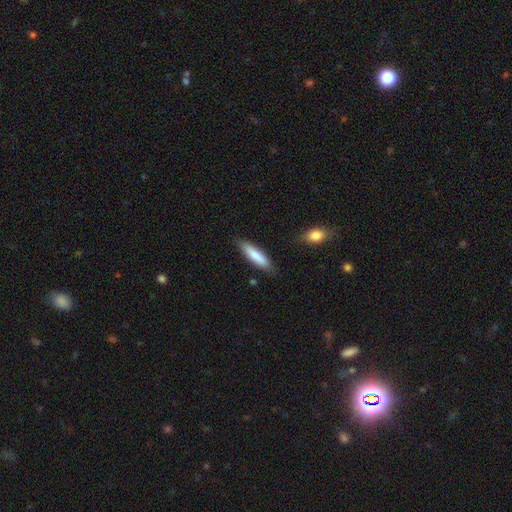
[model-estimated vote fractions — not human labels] smooth_or_featured: smooth (p=0.81) [alt: featured or disk p=0.13]
how_rounded: cigar-shaped (p=0.74) [alt: in between p=0.24]
merging: none (p=0.83) [alt: minor disturbance p=0.13]